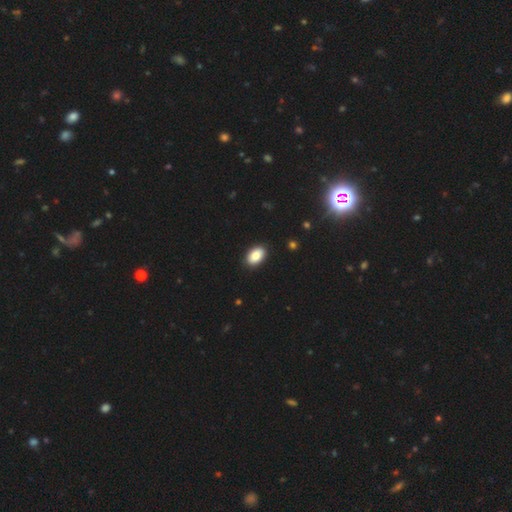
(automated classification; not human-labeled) Smooth or featured?
  - smooth: 87% *
  - star or artifact: 7%
  - featured or disk: 6%
How rounded?
  - in between: 91% *
  - round: 8%
  - cigar-shaped: 1%
Merging?
  - none: 90% *
  - minor disturbance: 7%
  - major disturbance: 2%
  - merger: 1%